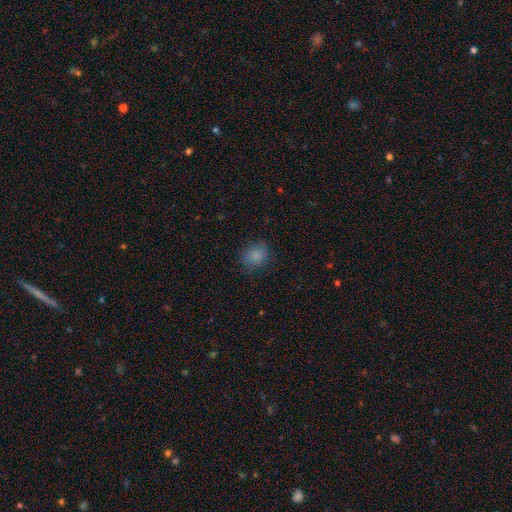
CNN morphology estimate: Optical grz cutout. It shows a smooth galaxy with no disk features (84%) that is round (73%). Merging: none (79%).